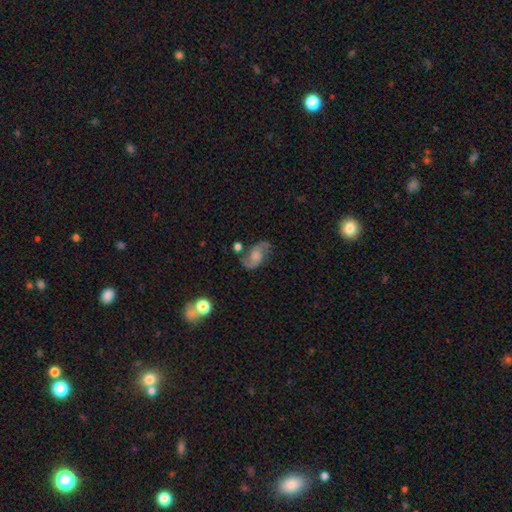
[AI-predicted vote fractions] A featured or disk galaxy (73%) with no bar (62%), 2 (90%) loose (58%) spiral arms (93%) and a moderate central bulge (38%). Merging: none (63%).